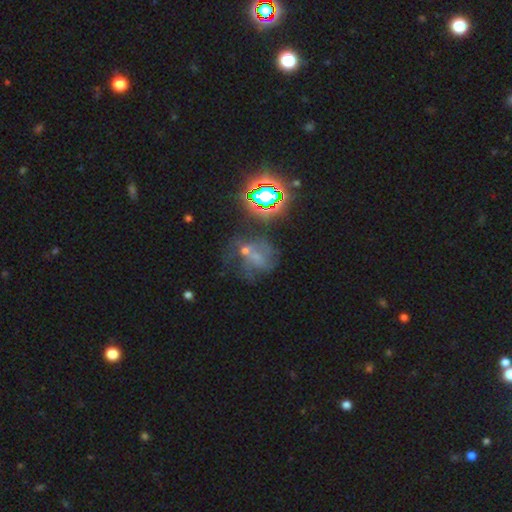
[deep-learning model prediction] Smooth or featured?
  - featured or disk: 36% *
  - star or artifact: 33%
  - smooth: 31%
Merging?
  - none: 36% *
  - major disturbance: 26%
  - merger: 19%
  - minor disturbance: 19%